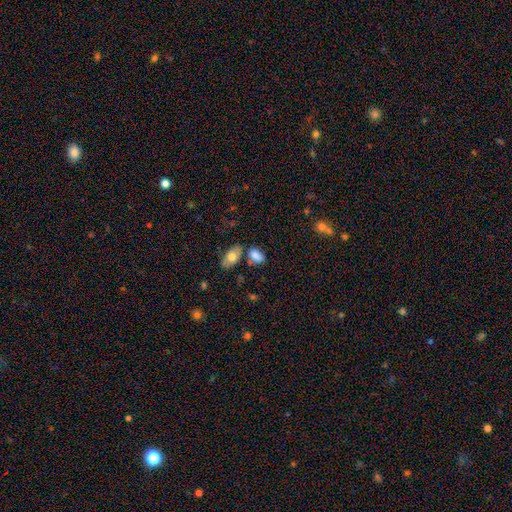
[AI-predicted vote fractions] Overall: smooth (79%). How rounded: in between (89%). Merging: none (60%; merger 20%).